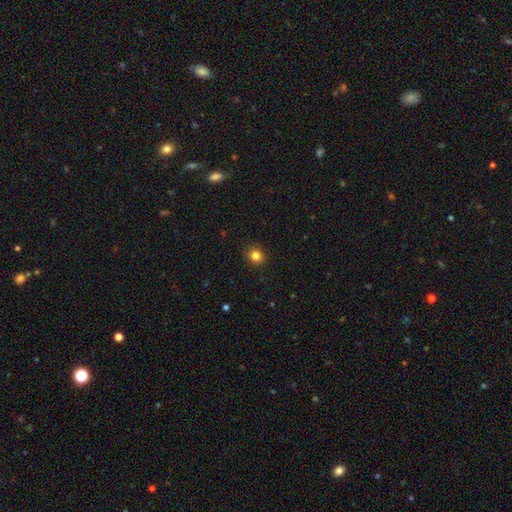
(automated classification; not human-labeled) smooth_or_featured: smooth (p=0.83) [alt: star or artifact p=0.12]
how_rounded: round (p=0.80) [alt: in between p=0.19]
merging: none (p=0.90) [alt: minor disturbance p=0.07]